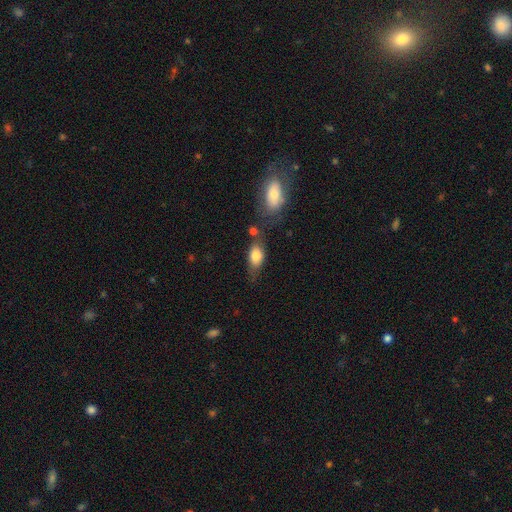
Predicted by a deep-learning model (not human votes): smooth_or_featured: smooth (p=0.79) [alt: featured or disk p=0.14]
how_rounded: in between (p=0.84) [alt: round p=0.09]
merging: none (p=0.55) [alt: minor disturbance p=0.22]